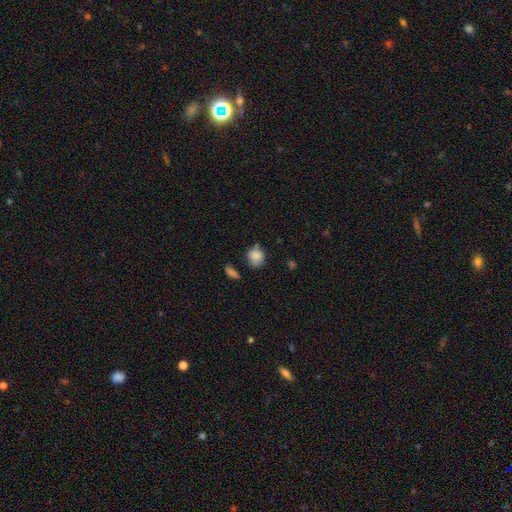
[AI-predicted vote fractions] smooth-or-featured: smooth: 83% | star or artifact: 9% | featured or disk: 9%
  how-rounded: round: 68% | in between: 30% | cigar-shaped: 1%
  merging: none: 56% | minor disturbance: 29% | merger: 7% | major disturbance: 7%